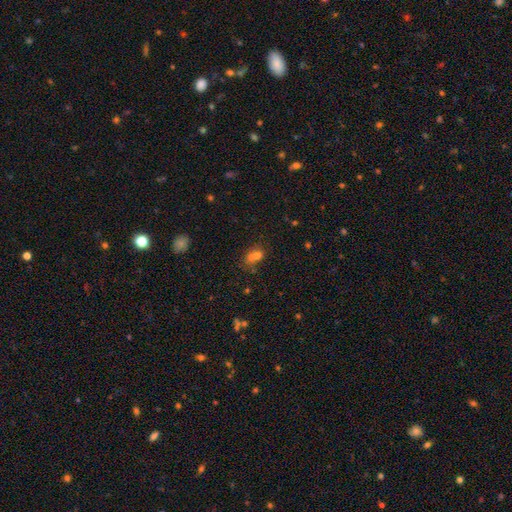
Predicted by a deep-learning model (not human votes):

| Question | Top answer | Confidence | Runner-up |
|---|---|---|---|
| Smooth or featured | smooth | 67% | star or artifact (19%) |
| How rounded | in between | 67% | round (28%) |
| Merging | none | 40% | merger (24%) |